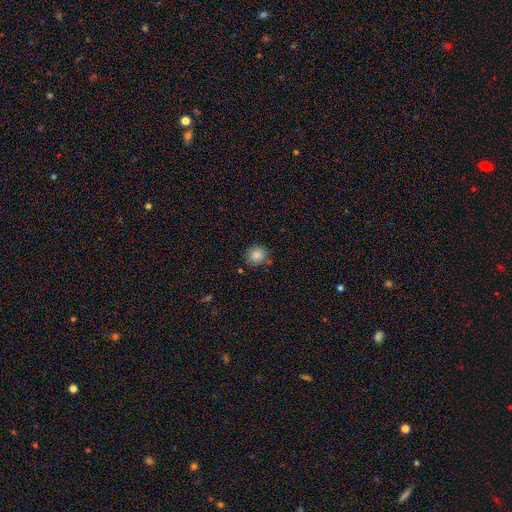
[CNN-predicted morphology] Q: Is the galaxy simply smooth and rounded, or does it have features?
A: smooth — 85%.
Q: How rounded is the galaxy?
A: round — 88%.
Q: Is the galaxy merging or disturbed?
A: none — 82%.